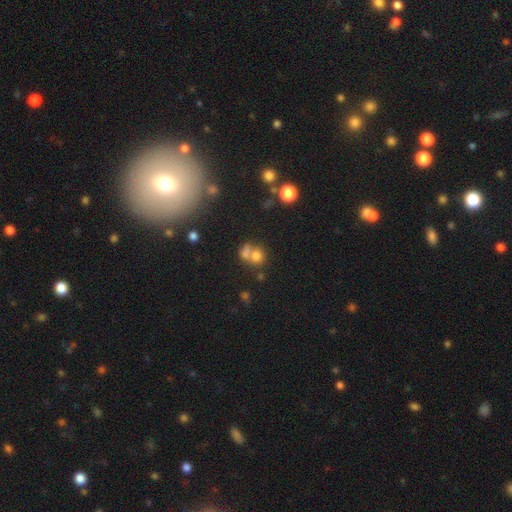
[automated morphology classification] type=smooth (71%); roundness=round (72%); merging=merger (52%).